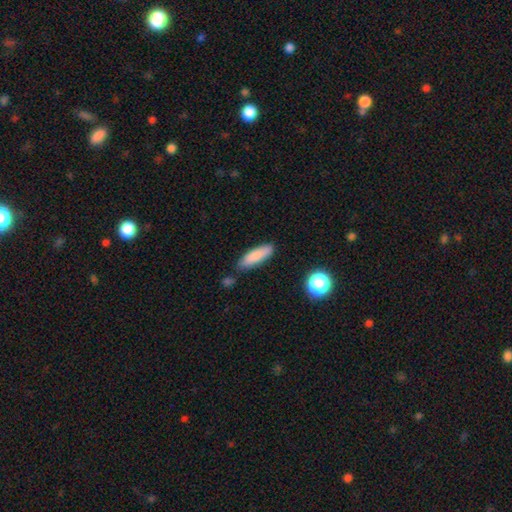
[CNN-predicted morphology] The model was most divided on "how rounded": cigar-shaped: 55%, in between: 43%, round: 2%. More confident: smooth or featured — smooth (85%); merging — none (74%).